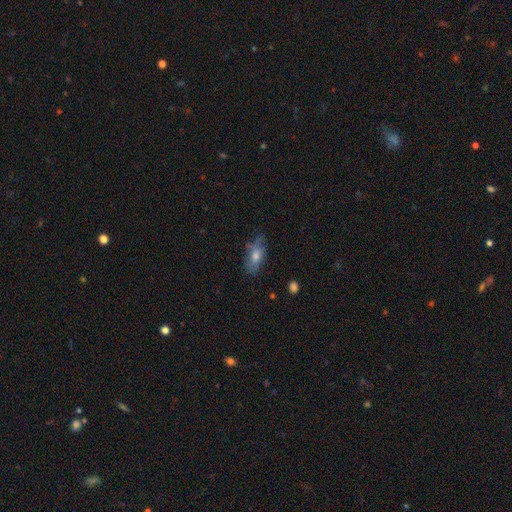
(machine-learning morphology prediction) Smooth or featured: smooth — 55% (featured or disk — 34%)
How rounded: in between — 78% (cigar-shaped — 16%)
Merging: none — 66% (minor disturbance — 24%)